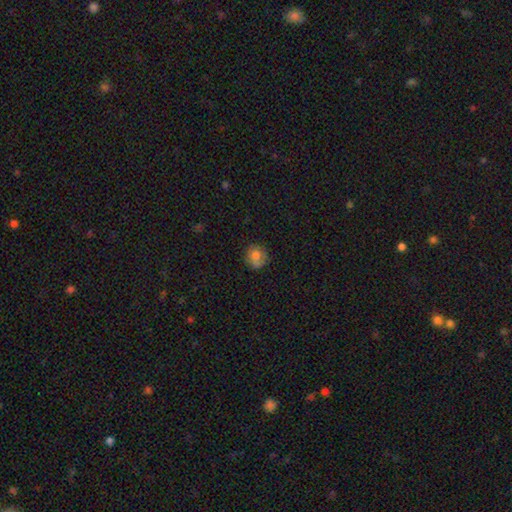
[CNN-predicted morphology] Smooth or featured?
  - smooth: 76% *
  - featured or disk: 14%
  - star or artifact: 10%
How rounded?
  - round: 83% *
  - in between: 16%
  - cigar-shaped: 1%
Merging?
  - none: 70% *
  - minor disturbance: 21%
  - major disturbance: 6%
  - merger: 4%